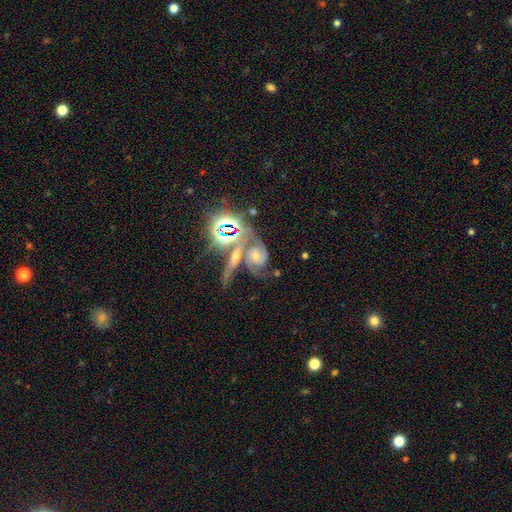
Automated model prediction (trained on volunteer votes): Smooth or featured: featured or disk — 65% (star or artifact — 21%)
Edge-on disk: no — 94% (yes — 6%)
Bar: no — 67% (weak — 23%)
Spiral arms: yes — 93% (no — 7%)
Spiral winding: medium — 44% (tight — 43%)
Spiral arm count: 2 — 74% (can't tell — 9%)
Bulge size: moderate — 48% (small — 36%)
Merging: merger — 39% (none — 32%)